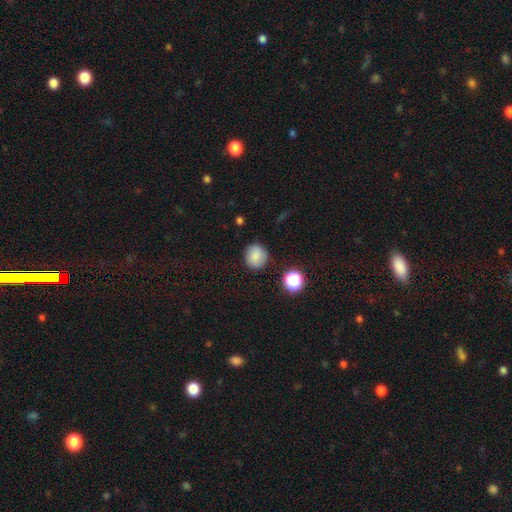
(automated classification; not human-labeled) This is clearly a smooth galaxy (84%). How rounded: clearly round (87%). Merging: clearly none (85%).